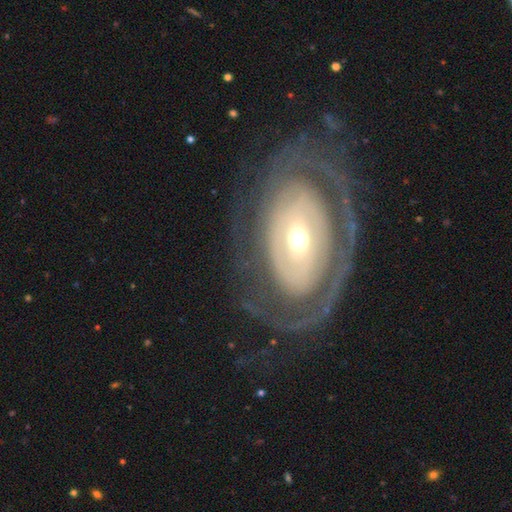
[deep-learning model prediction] smooth_or_featured: featured or disk (p=0.82) [alt: smooth p=0.13]
disk_edge_on: no (p=0.94) [alt: yes p=0.06]
bar: no (p=0.60) [alt: weak p=0.23]
has_spiral_arms: yes (p=0.73) [alt: no p=0.27]
spiral_winding: tight (p=0.73) [alt: medium p=0.19]
spiral_arm_count: can't tell (p=0.44) [alt: 2 p=0.26]
bulge_size: moderate (p=0.48) [alt: small p=0.41]
merging: none (p=0.72) [alt: minor disturbance p=0.14]